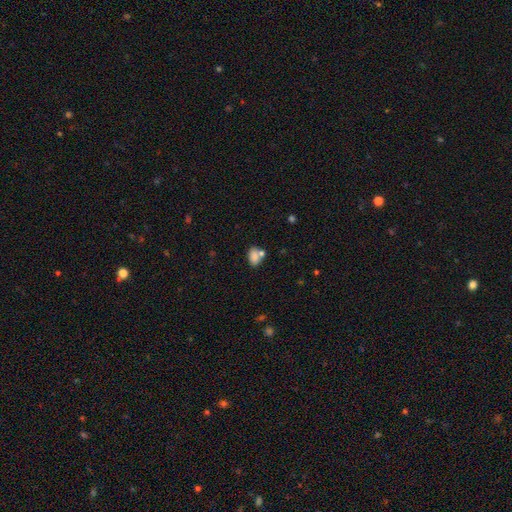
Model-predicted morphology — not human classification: smooth_or_featured: smooth (p=0.81) [alt: star or artifact p=0.10]
how_rounded: in between (p=0.84) [alt: round p=0.14]
merging: none (p=0.52) [alt: merger p=0.28]